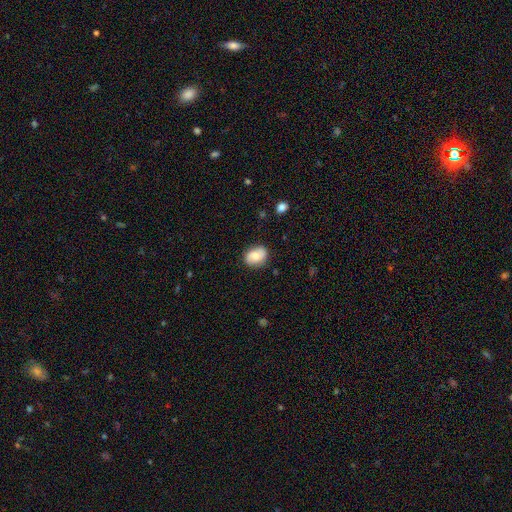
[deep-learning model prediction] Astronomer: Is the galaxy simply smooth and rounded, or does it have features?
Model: smooth — 73%.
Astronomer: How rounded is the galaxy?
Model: in between — 65%.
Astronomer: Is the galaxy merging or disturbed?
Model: none — 79%.